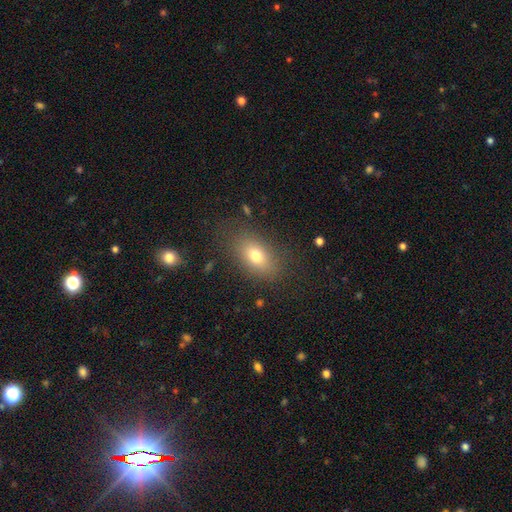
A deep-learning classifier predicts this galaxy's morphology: This appears to be a smooth galaxy with no disk features (74%) that is in between round and cigar-shaped (84%). Merging: none (79%).